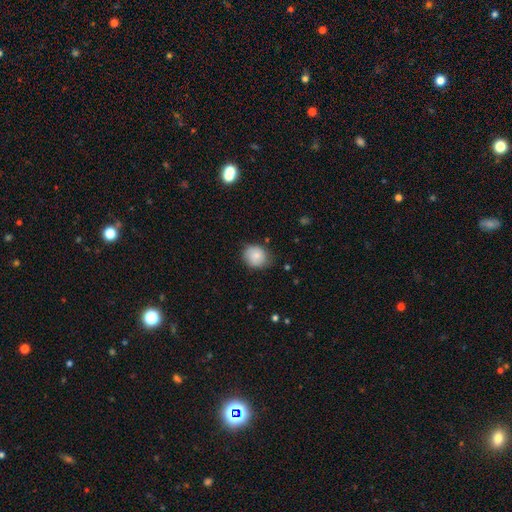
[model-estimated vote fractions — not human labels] smooth_or_featured: smooth (p=0.80) [alt: featured or disk p=0.12]
how_rounded: round (p=0.72) [alt: in between p=0.27]
merging: none (p=0.74) [alt: minor disturbance p=0.21]